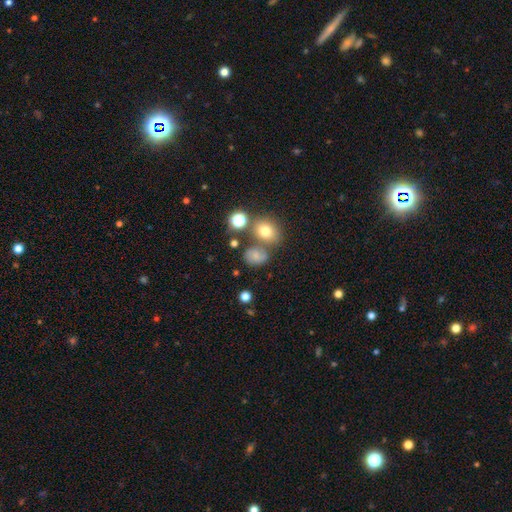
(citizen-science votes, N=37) Smooth or featured?
  - smooth: 76% *
  - featured or disk: 24%
  - star or artifact: 0%
How rounded?
  - round: 79% *
  - in between: 21%
  - cigar-shaped: 0%
Merging?
  - none: 73% *
  - merger: 19%
  - minor disturbance: 5%
  - major disturbance: 3%